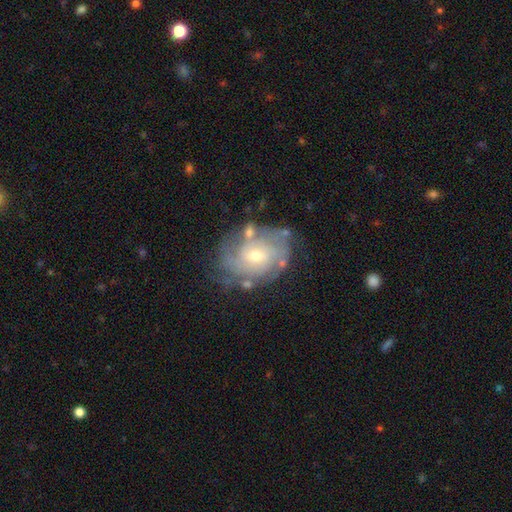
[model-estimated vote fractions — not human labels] A featured or disk galaxy (76%) with no bar (65%), tight (63%) spiral arms (87%) and a small central bulge (55%). Merging: none (66%).